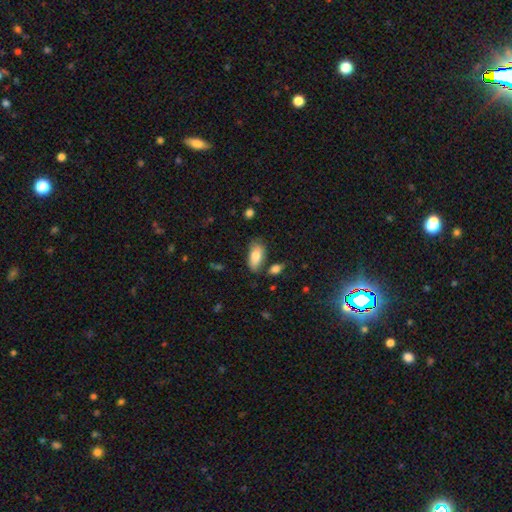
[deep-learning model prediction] This appears to be a smooth galaxy with no disk features (81%) that is in between round and cigar-shaped (91%). Merging: none (68%).